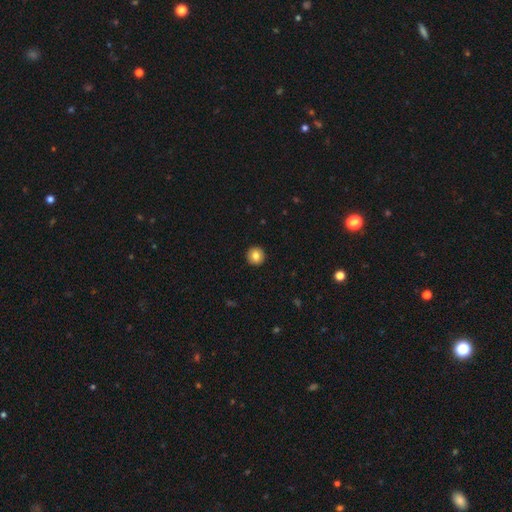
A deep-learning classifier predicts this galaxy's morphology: A smooth galaxy with no disk features (82%) that is round (96%). Merging: none (93%).